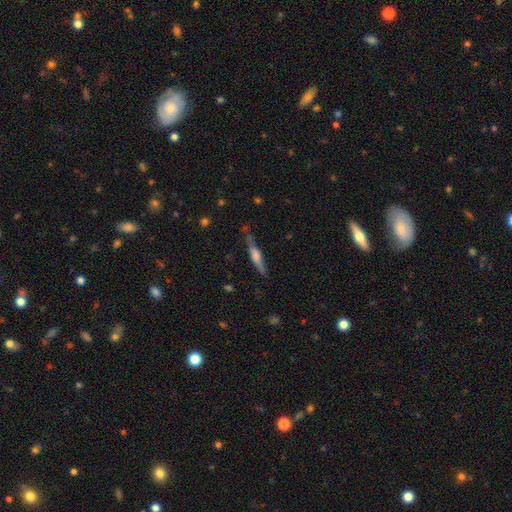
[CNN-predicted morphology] Smooth or featured? Predicted: featured or disk (p=0.61). Edge-on disk? Predicted: yes (p=0.96). Edge-on bulge? Predicted: rounded (p=0.63). Merging? Predicted: none (p=0.79).